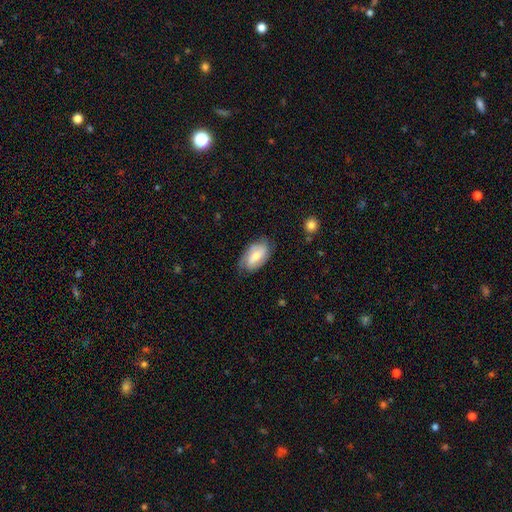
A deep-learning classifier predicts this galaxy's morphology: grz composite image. It shows a featured or disk galaxy (49%). Merging: none (71%).